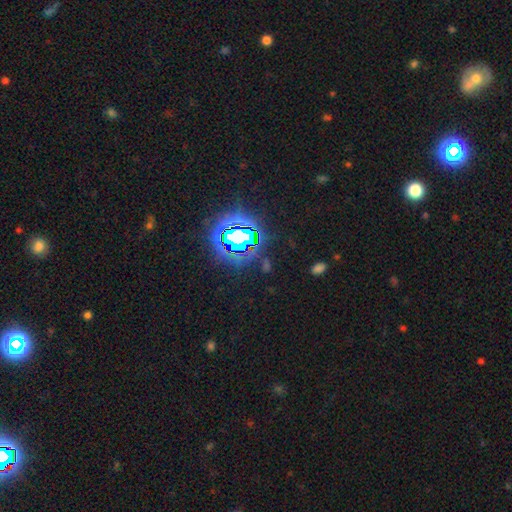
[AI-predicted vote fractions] Smooth or featured? star or artifact (82%)